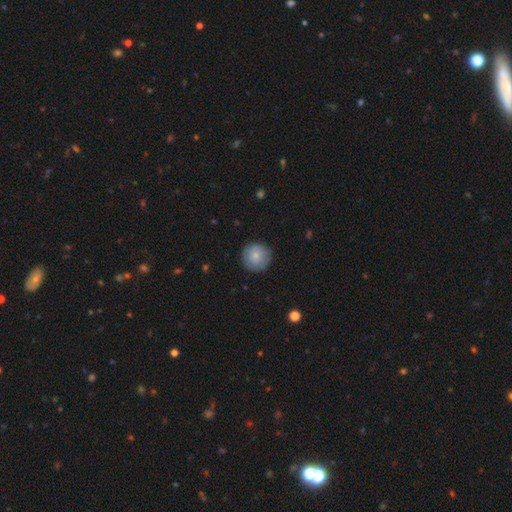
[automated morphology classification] The model was most divided on "smooth or featured": smooth: 81%, featured or disk: 12%, star or artifact: 7%. More confident: how rounded — round (95%); merging — none (88%).